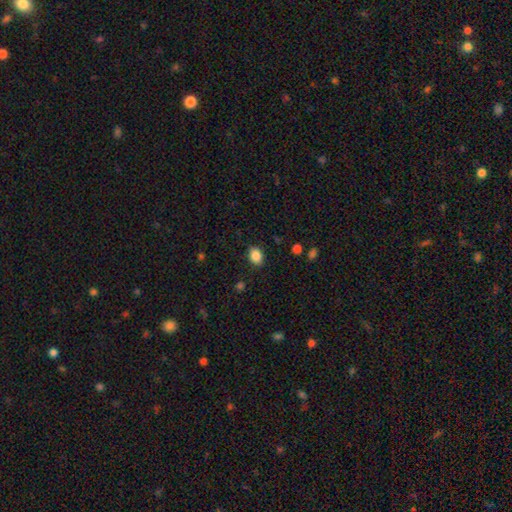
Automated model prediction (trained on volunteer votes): Smooth or featured? Predicted: smooth (p=0.87). How rounded? Predicted: in between (p=0.68). Merging? Predicted: none (p=0.86).